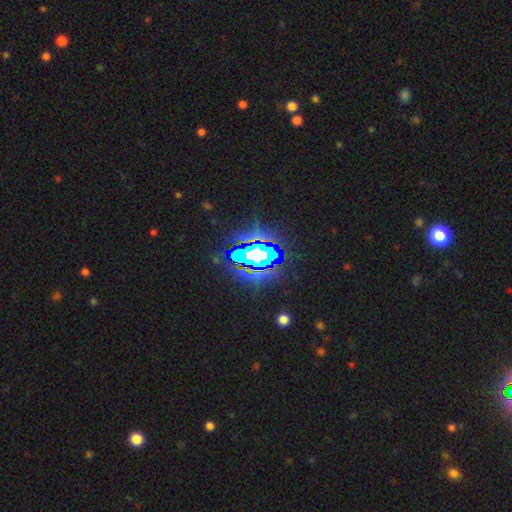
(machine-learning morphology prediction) smooth-or-featured: star or artifact: 69% | featured or disk: 17% | smooth: 14%